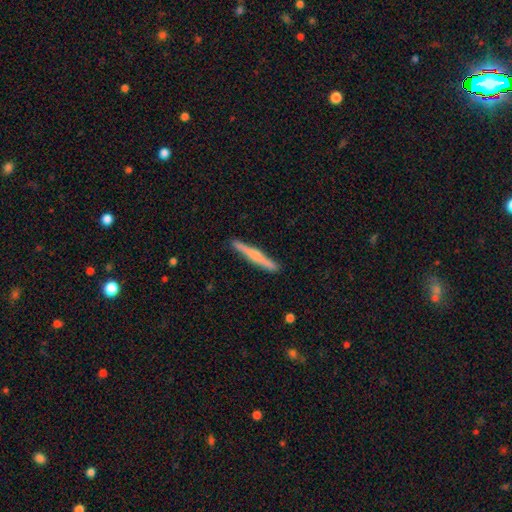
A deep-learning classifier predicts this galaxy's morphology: Smooth or featured? Predicted: featured or disk (p=0.50). Merging? Predicted: none (p=0.90).